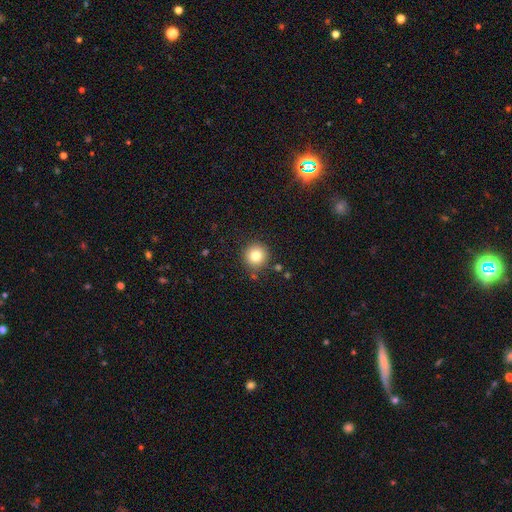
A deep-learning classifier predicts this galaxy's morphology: A smooth galaxy with no disk features (80%) that is round (95%). Merging: none (86%).